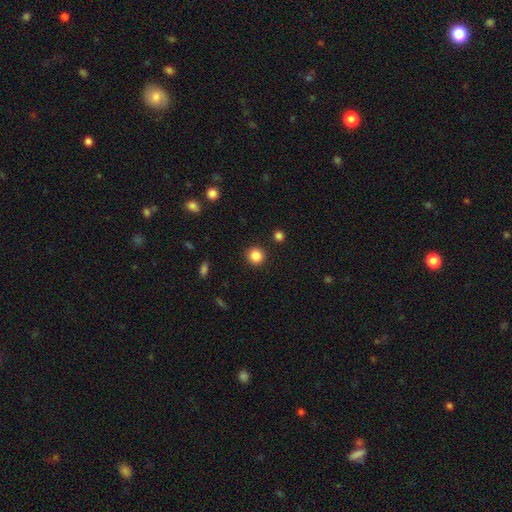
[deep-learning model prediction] A smooth galaxy with no disk features (86%) that is round (92%).

Vote fractions:
- Smooth or featured? smooth: 86% / star or artifact: 10% / featured or disk: 3%
- How rounded? round: 92% / in between: 7% / cigar-shaped: 1%
- Merging? none: 91% / minor disturbance: 5% / major disturbance: 2% / merger: 2%